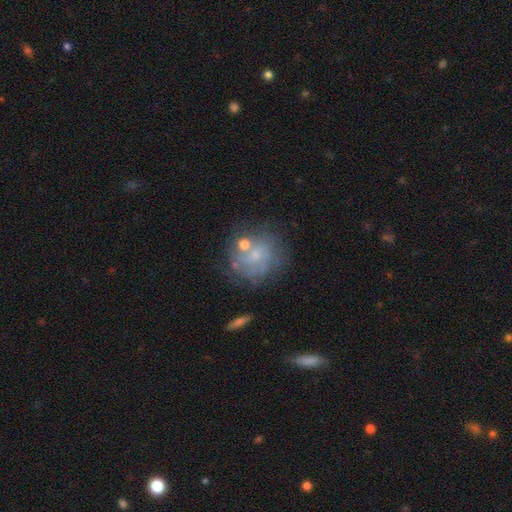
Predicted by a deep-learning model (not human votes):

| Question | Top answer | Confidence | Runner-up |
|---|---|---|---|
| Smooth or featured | featured or disk | 50% | smooth (38%) |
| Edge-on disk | no | 97% | yes (3%) |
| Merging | none | 56% | minor disturbance (20%) |